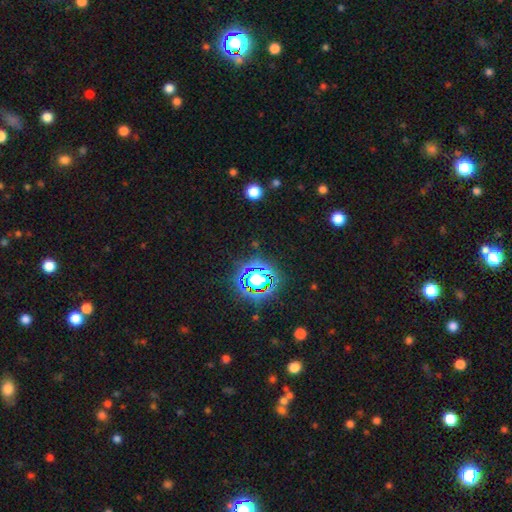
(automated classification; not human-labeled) Overall: star or artifact (78%).